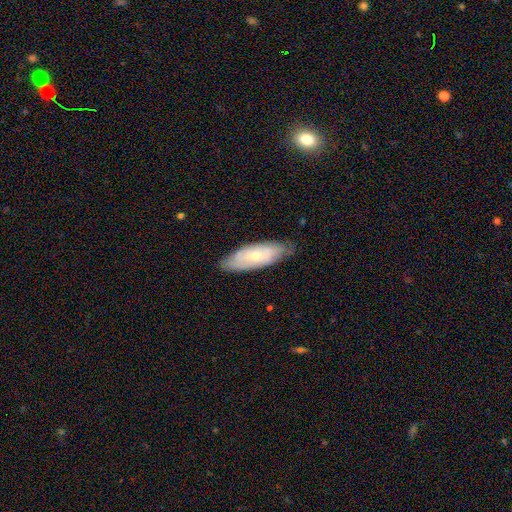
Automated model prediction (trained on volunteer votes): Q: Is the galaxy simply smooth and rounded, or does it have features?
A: featured or disk — 56%.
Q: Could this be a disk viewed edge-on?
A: no — 79%.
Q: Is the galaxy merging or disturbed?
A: none — 77%.